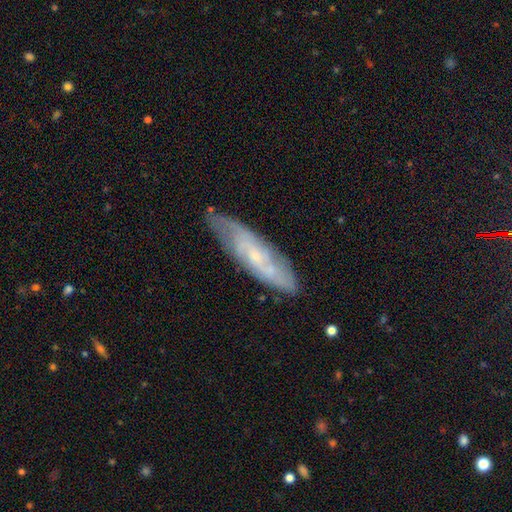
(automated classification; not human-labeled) A featured or disk galaxy (67%). Merging: none (73%).